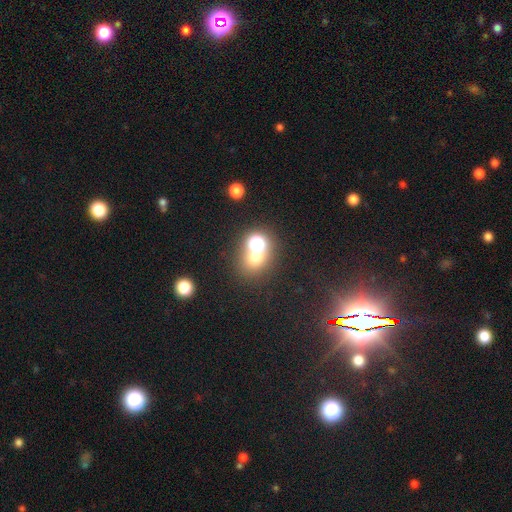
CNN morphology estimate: Smooth or featured? Predicted: smooth (p=0.57). How rounded? Predicted: round (p=0.74). Merging? Predicted: none (p=0.56).